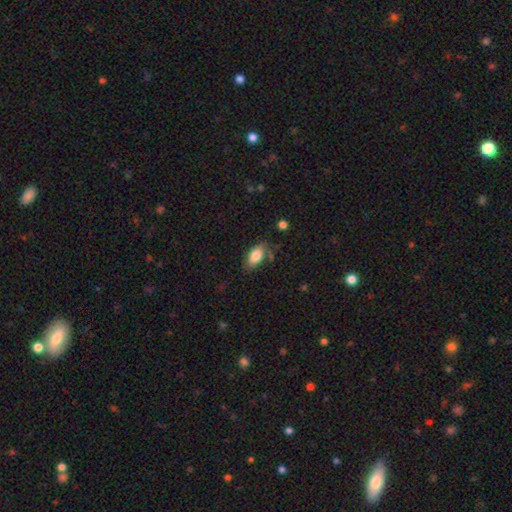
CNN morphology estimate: The model was most divided on "merging": none: 69%, minor disturbance: 22%, major disturbance: 5%, merger: 4%. More confident: how rounded — in between (90%); smooth or featured — smooth (81%).